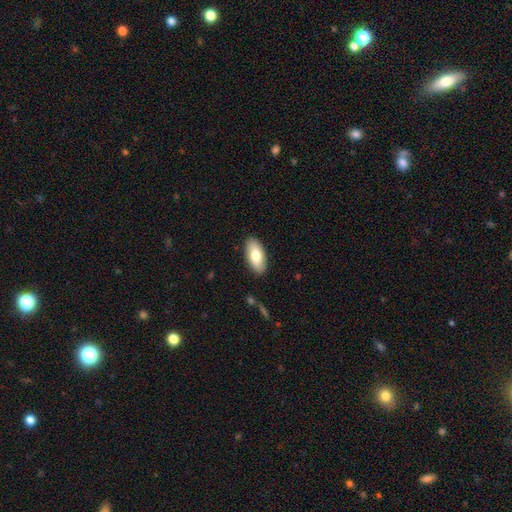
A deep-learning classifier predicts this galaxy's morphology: smooth 76%, featured or disk 18%, star or artifact 6%. Down the decision tree: how rounded — in between (91%); merging — none (89%).